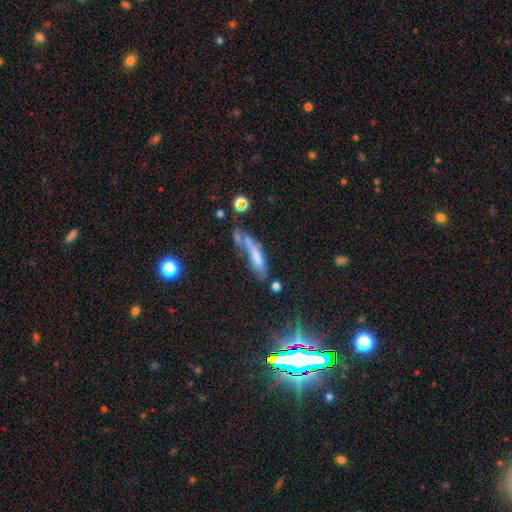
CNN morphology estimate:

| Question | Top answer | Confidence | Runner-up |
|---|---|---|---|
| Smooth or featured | smooth | 59% | featured or disk (30%) |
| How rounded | cigar-shaped | 79% | in between (19%) |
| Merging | none | 37% | merger (24%) |